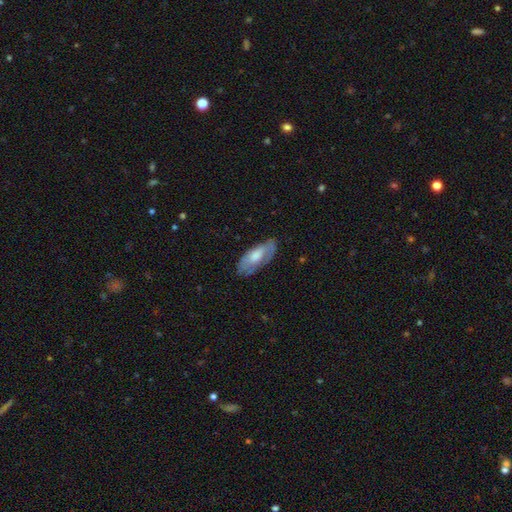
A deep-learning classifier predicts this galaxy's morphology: Smooth or featured?
  - smooth: 55% *
  - featured or disk: 39%
  - star or artifact: 6%
How rounded?
  - in between: 83% *
  - cigar-shaped: 14%
  - round: 2%
Merging?
  - none: 67% *
  - minor disturbance: 24%
  - major disturbance: 8%
  - merger: 2%